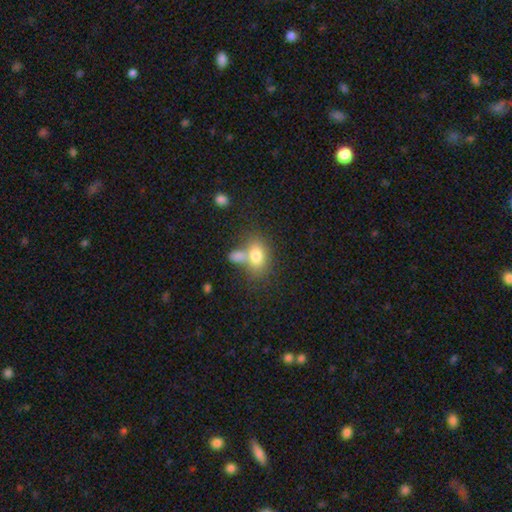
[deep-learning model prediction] This is likely a smooth galaxy (77%). How rounded: clearly in between (80%). Merging: marginally merger (41%).